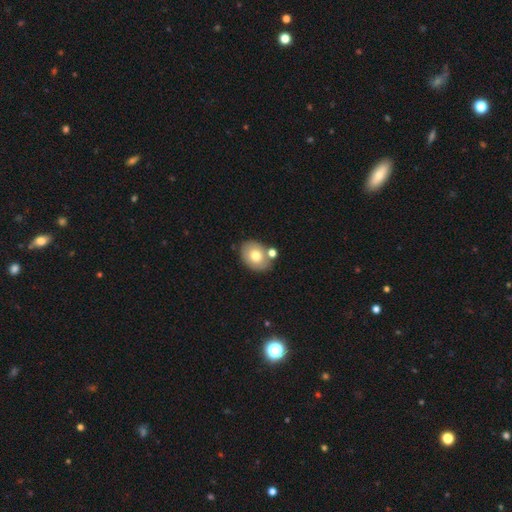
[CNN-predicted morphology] Smooth or featured? Predicted: smooth (p=0.72). How rounded? Predicted: in between (p=0.68). Merging? Predicted: none (p=0.67).